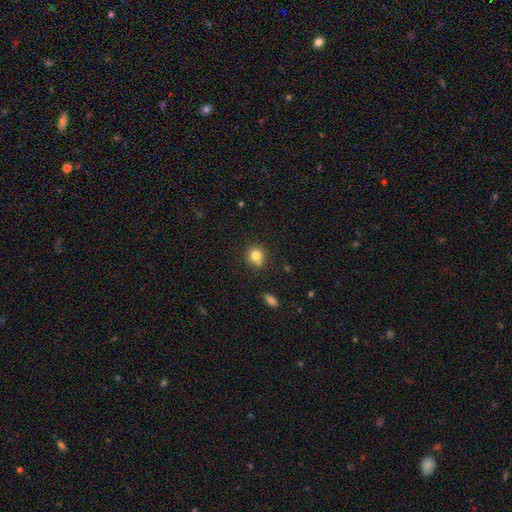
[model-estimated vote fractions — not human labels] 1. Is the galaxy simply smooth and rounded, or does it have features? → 80% smooth, 11% star or artifact, 9% featured or disk.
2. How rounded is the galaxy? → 86% round, 13% in between, 1% cigar-shaped.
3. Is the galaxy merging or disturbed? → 71% none, 14% minor disturbance, 11% merger, 4% major disturbance.